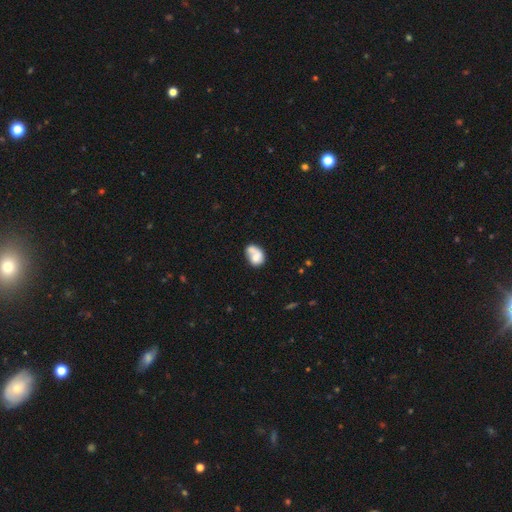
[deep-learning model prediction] Overall: smooth (62%; featured or disk 31%). How rounded: in between (63%; round 36%). Merging: merger (44%; none 27%).